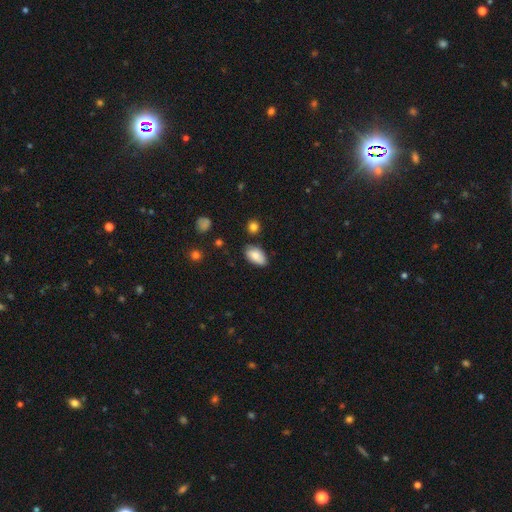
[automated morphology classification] smooth 82%, featured or disk 10%, star or artifact 7%. Down the decision tree: how rounded — in between (94%); merging — none (77%).